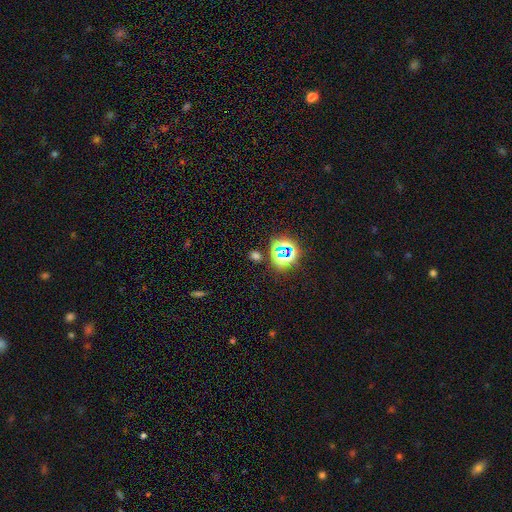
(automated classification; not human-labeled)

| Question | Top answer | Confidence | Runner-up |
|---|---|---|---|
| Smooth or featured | smooth | 47% | tied: star or artifact (47%) |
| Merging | none | 79% | minor disturbance (10%) |